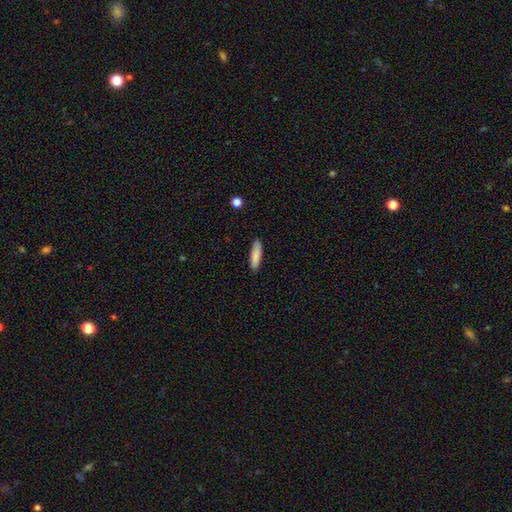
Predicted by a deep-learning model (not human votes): Smooth or featured? smooth (85%)
How rounded? cigar-shaped (70%)
Merging? none (88%)